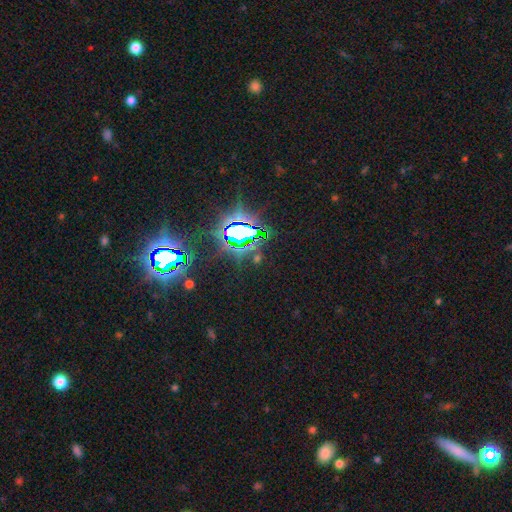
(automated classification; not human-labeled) Smooth or featured: star or artifact — 83% (smooth — 9%)